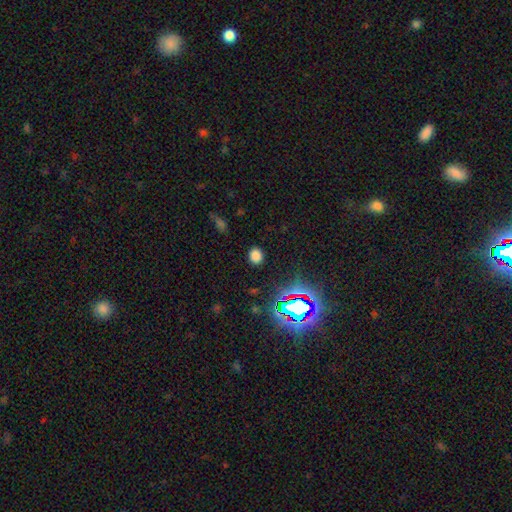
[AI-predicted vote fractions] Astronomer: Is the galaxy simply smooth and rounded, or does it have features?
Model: smooth — 74%.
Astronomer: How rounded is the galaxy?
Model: round — 59% (runner-up: in between, 40%).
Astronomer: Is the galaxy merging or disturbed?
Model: none — 88%.